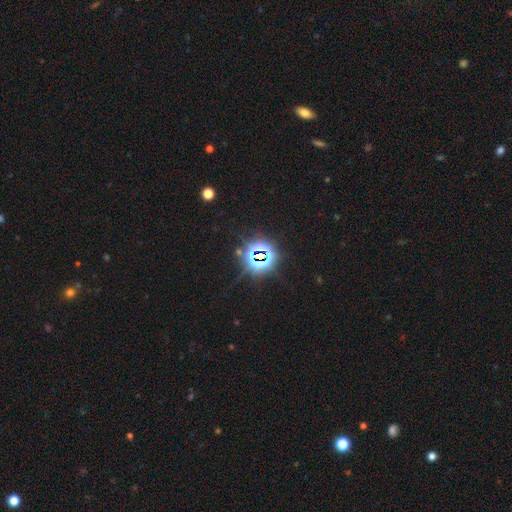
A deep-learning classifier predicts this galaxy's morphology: type=star or artifact (80%).